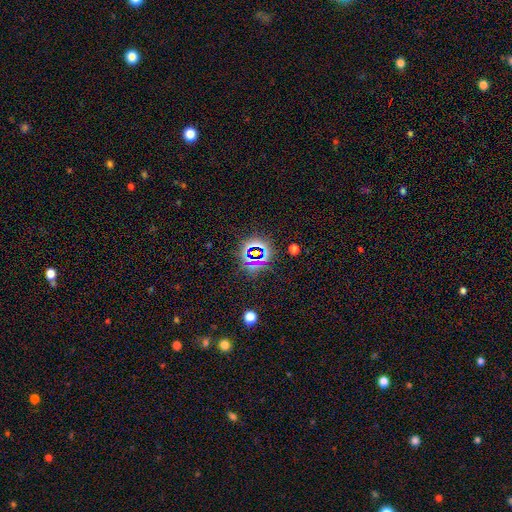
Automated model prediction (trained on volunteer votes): Q: Smooth or featured?
A: star or artifact (75%); runner-up: smooth (16%)